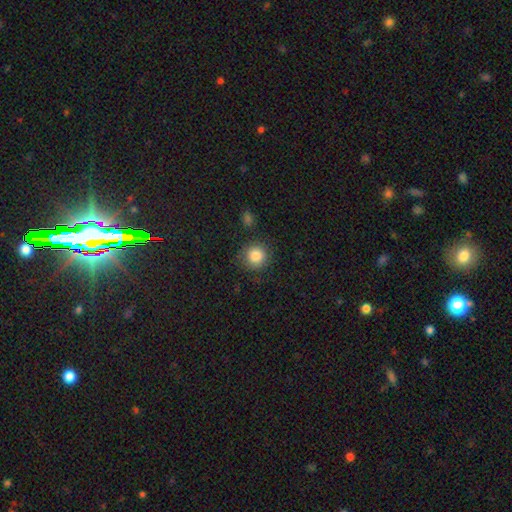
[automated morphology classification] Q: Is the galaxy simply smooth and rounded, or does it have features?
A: smooth — 85%.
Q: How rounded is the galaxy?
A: round — 92%.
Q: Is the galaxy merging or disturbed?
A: none — 82%.